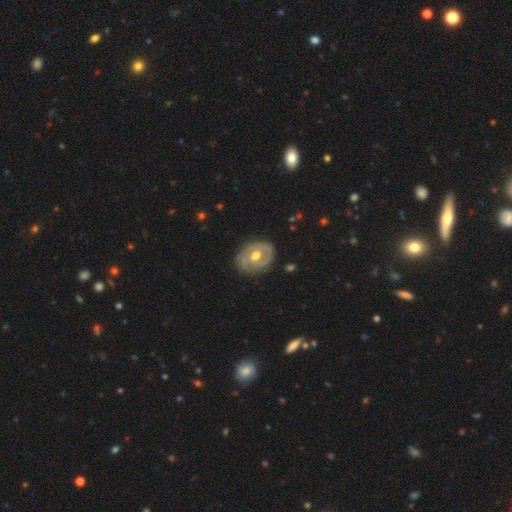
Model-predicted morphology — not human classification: Smooth or featured? Predicted: featured or disk (p=0.70). Edge-on disk? Predicted: no (p=0.96). Bar? Predicted: no (p=0.59). Spiral arms? Predicted: yes (p=0.61). Bulge size? Predicted: moderate (p=0.79). Merging? Predicted: none (p=0.72).